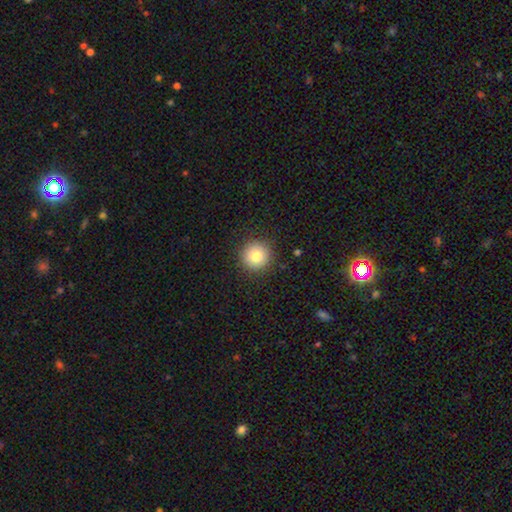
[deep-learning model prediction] Overall: smooth (81%). How rounded: round (95%). Merging: none (90%).